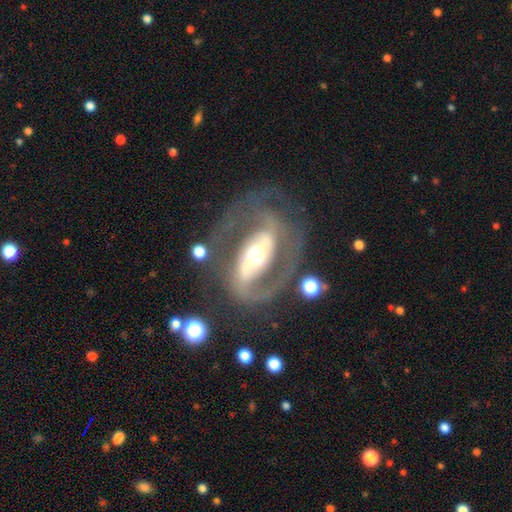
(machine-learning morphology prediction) Overall: featured or disk (86%). Edge-on disk: no (96%). Bar: strong (56%; weak 25%). Spiral arms: yes (84%). Spiral arm count: 2 (83%). Spiral winding: medium (50%; tight 27%). Bulge size: moderate (61%; large 24%). Merging: none (64%).